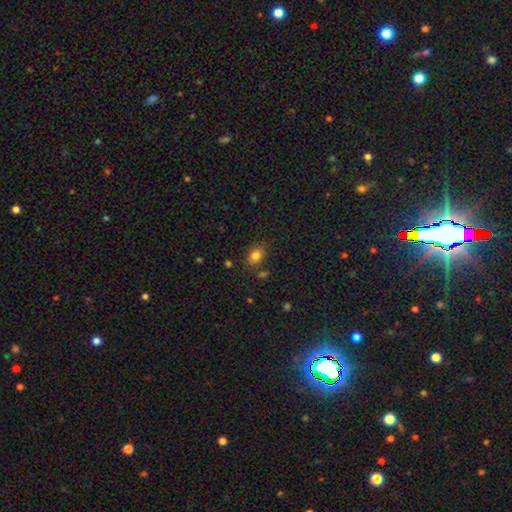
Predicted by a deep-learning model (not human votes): smooth_or_featured: smooth (p=0.81) [alt: star or artifact p=0.11]
how_rounded: in between (p=0.69) [alt: round p=0.29]
merging: none (p=0.76) [alt: minor disturbance p=0.15]